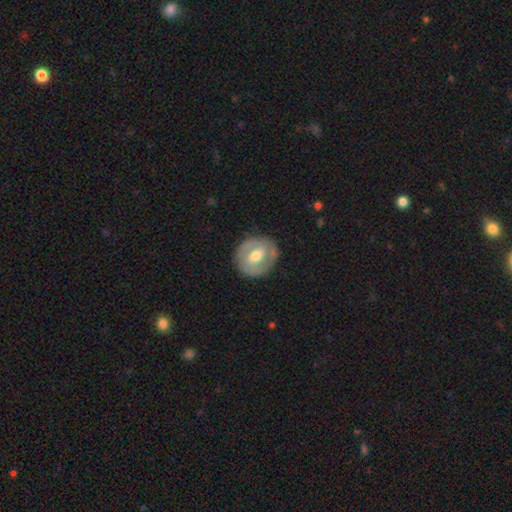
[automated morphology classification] Smooth or featured? Predicted: featured or disk (p=0.57). Edge-on disk? Predicted: no (p=0.95). Bar? Predicted: weak (p=0.44). Spiral arms? Predicted: no (p=0.59). Bulge size? Predicted: moderate (p=0.67). Merging? Predicted: none (p=0.82).